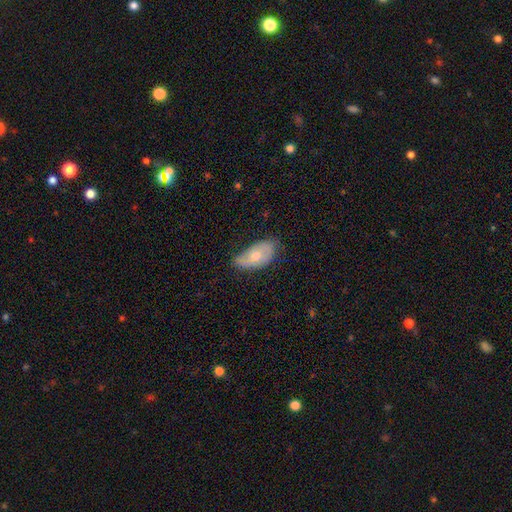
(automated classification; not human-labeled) A smooth galaxy with no disk features (55%) that is in between round and cigar-shaped (92%). Merging: none (59%).